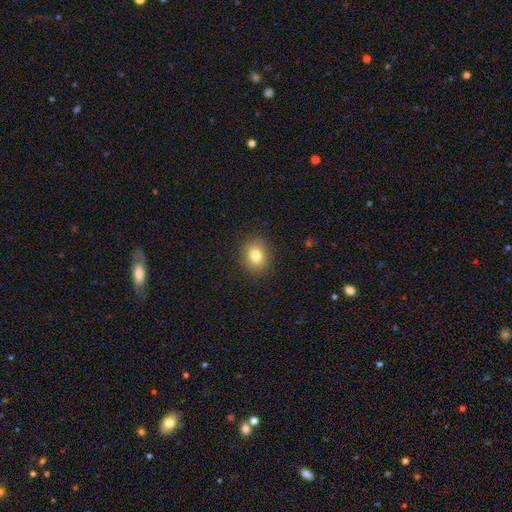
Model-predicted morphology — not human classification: This is clearly a smooth galaxy (82%). How rounded: likely round (62%). Merging: clearly none (89%).